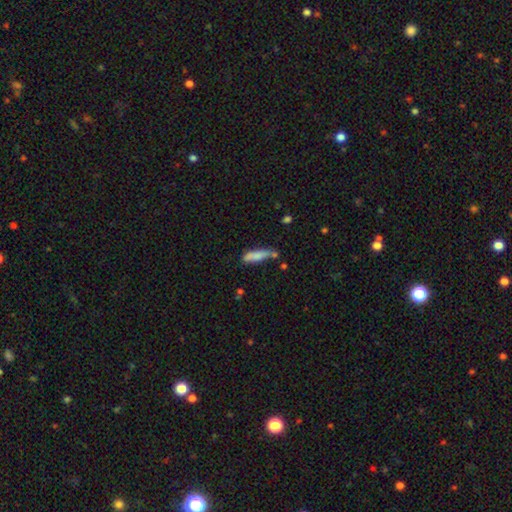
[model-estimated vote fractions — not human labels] A smooth galaxy with no disk features (79%) that is cigar-shaped (70%).

Vote fractions:
- Smooth or featured? smooth: 79% / featured or disk: 14% / star or artifact: 7%
- How rounded? cigar-shaped: 70% / in between: 28% / round: 2%
- Merging? none: 51% / minor disturbance: 27% / merger: 14% / major disturbance: 8%